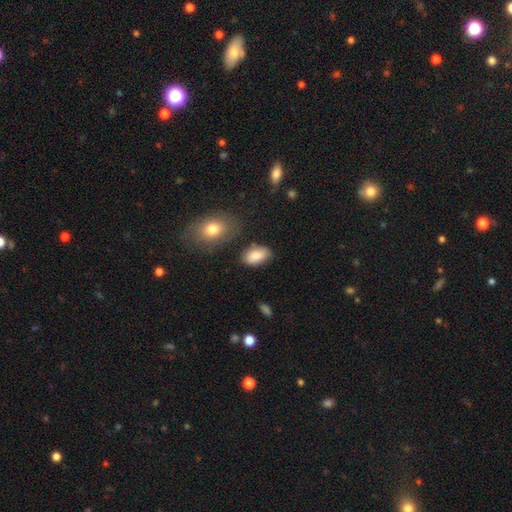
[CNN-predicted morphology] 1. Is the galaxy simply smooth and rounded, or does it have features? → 86% smooth, 7% star or artifact, 7% featured or disk.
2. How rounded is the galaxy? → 94% in between, 5% round, 2% cigar-shaped.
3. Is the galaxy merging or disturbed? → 75% none, 18% minor disturbance, 4% merger, 4% major disturbance.